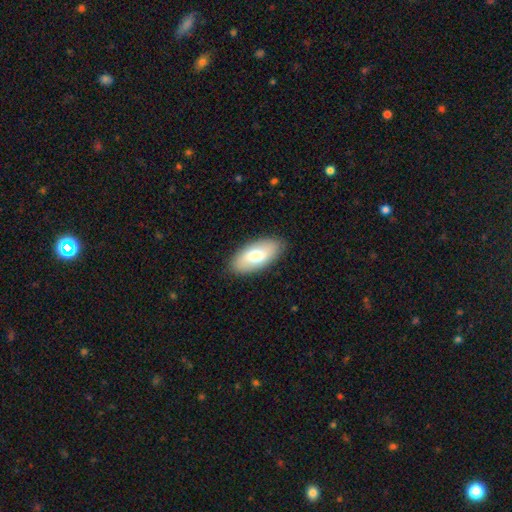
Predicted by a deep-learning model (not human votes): A smooth galaxy with no disk features (68%) that is in between round and cigar-shaped (91%).

Vote fractions:
- Smooth or featured? smooth: 68% / featured or disk: 26% / star or artifact: 6%
- How rounded? in between: 91% / cigar-shaped: 6% / round: 3%
- Merging? none: 88% / minor disturbance: 9% / major disturbance: 2% / merger: 1%